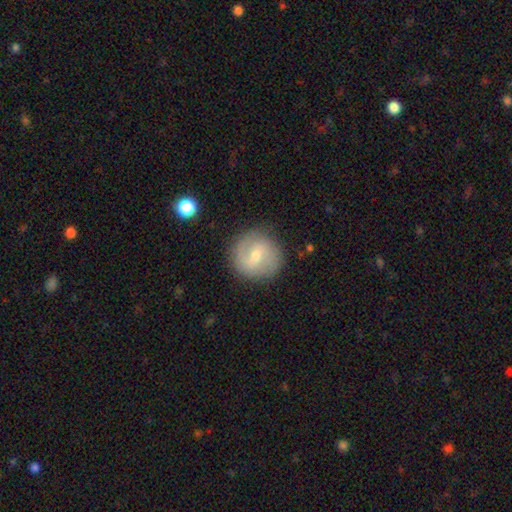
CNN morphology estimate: Overall: featured or disk (58%; smooth 35%). Edge-on disk: no (97%). Bar: weak (56%; no 24%). Spiral arms: yes (78%). Bulge size: small (51%; moderate 45%). Merging: none (85%).